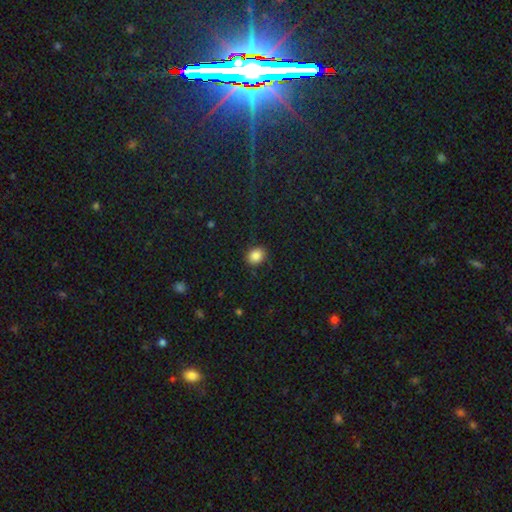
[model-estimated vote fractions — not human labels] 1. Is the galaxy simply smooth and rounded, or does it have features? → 86% smooth, 10% star or artifact, 5% featured or disk.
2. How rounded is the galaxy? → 58% round, 42% in between, 1% cigar-shaped.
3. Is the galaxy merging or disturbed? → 86% none, 11% minor disturbance, 2% major disturbance, 1% merger.